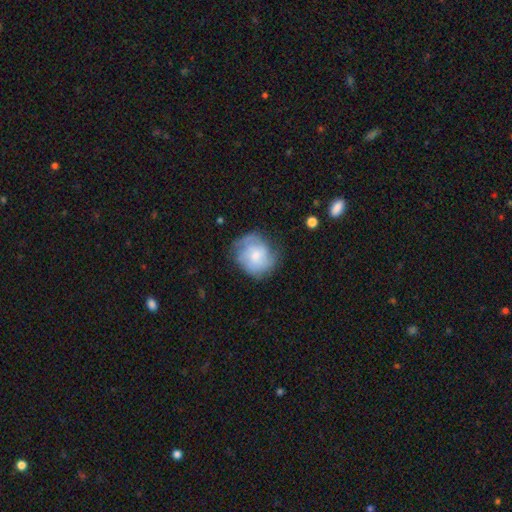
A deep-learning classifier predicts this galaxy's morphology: Q: Smooth or featured?
A: featured or disk (49%); runner-up: smooth (44%)
Q: Merging?
A: none (61%); runner-up: minor disturbance (25%)